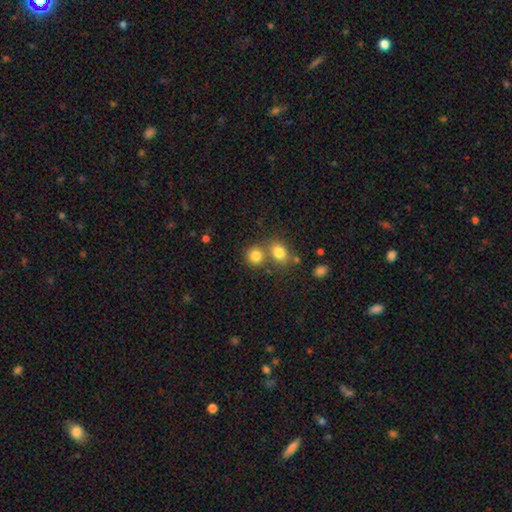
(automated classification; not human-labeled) Smooth or featured? smooth (81%)
How rounded? round (81%)
Merging? none (56%)